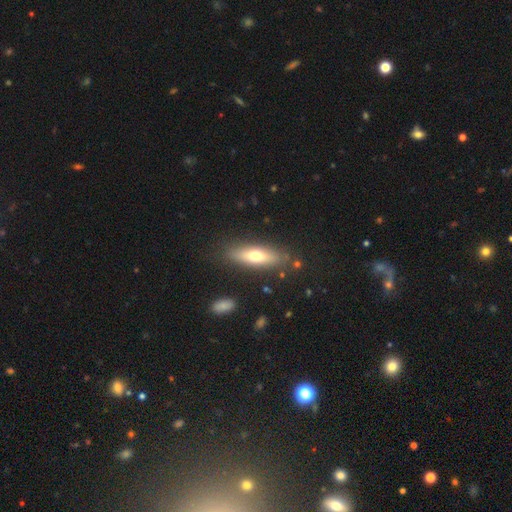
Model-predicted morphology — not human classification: The model was most divided on "how rounded": cigar-shaped: 53%, in between: 45%, round: 2%. More confident: merging — none (83%); smooth or featured — smooth (60%).